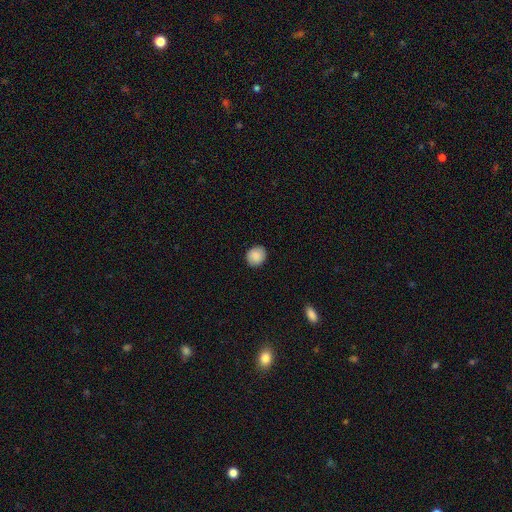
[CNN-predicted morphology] Smooth or featured? Predicted: smooth (p=0.88). How rounded? Predicted: round (p=0.77). Merging? Predicted: none (p=0.89).